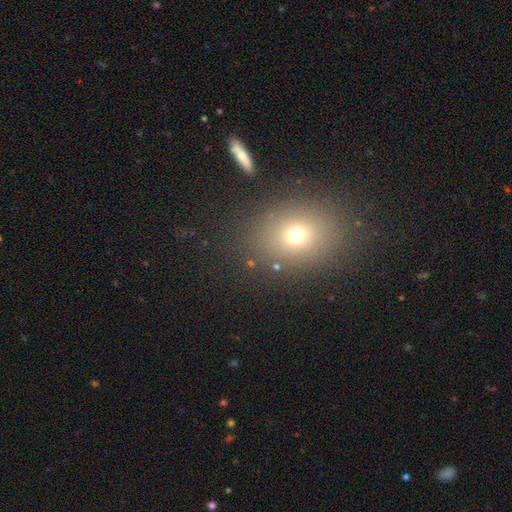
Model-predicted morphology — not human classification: Q: Smooth or featured?
A: smooth (65%); runner-up: star or artifact (22%)
Q: How rounded?
A: in between (54%); runner-up: round (44%)
Q: Merging?
A: none (84%); runner-up: minor disturbance (9%)